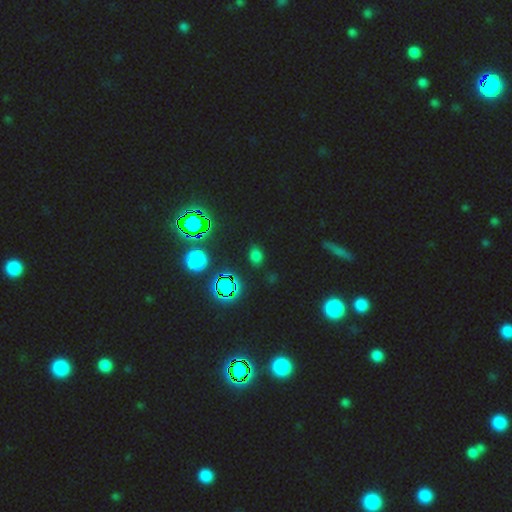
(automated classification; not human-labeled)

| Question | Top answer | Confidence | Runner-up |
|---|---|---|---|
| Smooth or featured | star or artifact | 50% | smooth (42%) |